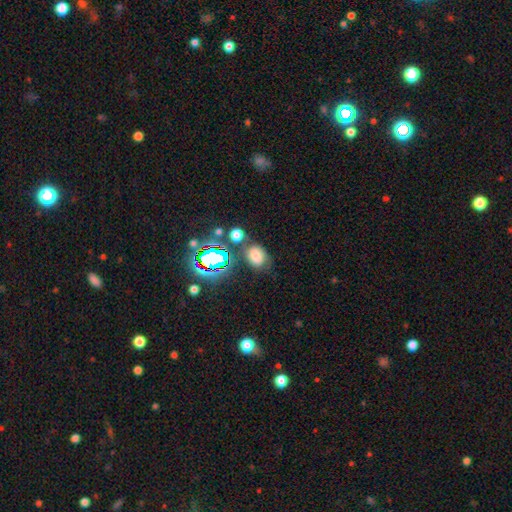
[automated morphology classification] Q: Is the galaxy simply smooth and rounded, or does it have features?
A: smooth — 66%.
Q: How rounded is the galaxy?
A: in between — 68%.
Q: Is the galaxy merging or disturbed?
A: none — 61%.